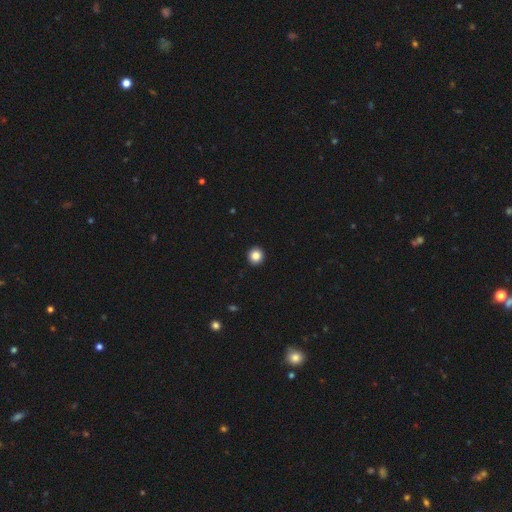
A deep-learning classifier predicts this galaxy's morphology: Smooth or featured: smooth — 86% (star or artifact — 10%)
How rounded: round — 91% (in between — 8%)
Merging: none — 94% (minor disturbance — 4%)